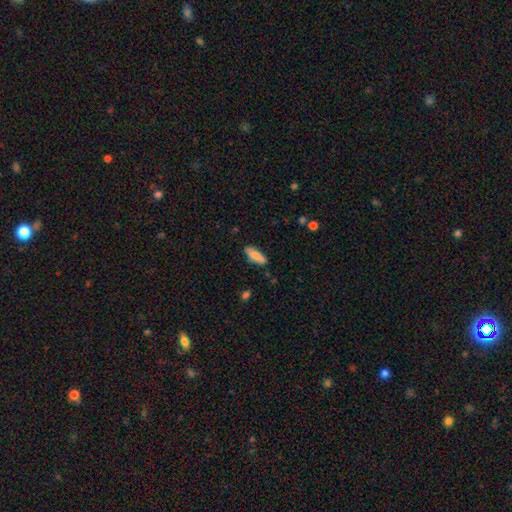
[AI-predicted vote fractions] This appears to be a smooth galaxy with no disk features (81%) that is in between round and cigar-shaped (62%). Merging: none (76%).